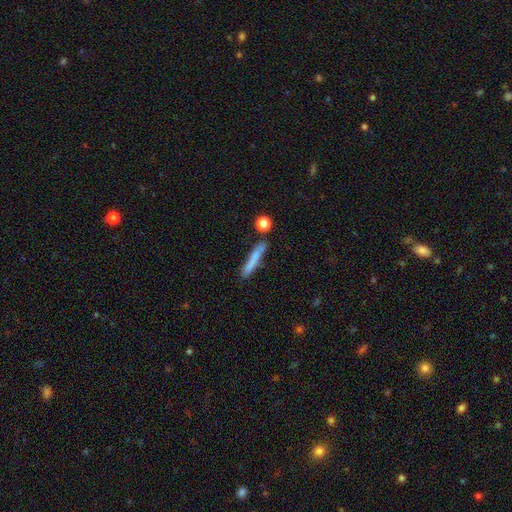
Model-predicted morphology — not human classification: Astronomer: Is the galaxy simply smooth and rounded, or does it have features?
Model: smooth — 64%.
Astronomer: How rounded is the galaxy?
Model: cigar-shaped — 93%.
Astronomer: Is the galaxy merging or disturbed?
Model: none — 76%.